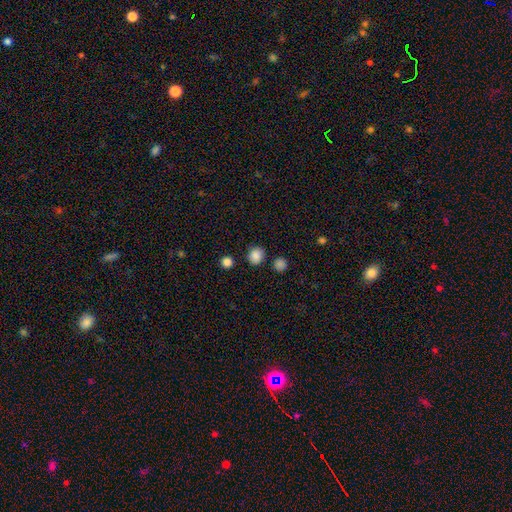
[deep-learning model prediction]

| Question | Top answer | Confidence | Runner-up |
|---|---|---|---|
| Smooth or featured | smooth | 86% | star or artifact (11%) |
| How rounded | round | 82% | in between (17%) |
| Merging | none | 86% | minor disturbance (8%) |